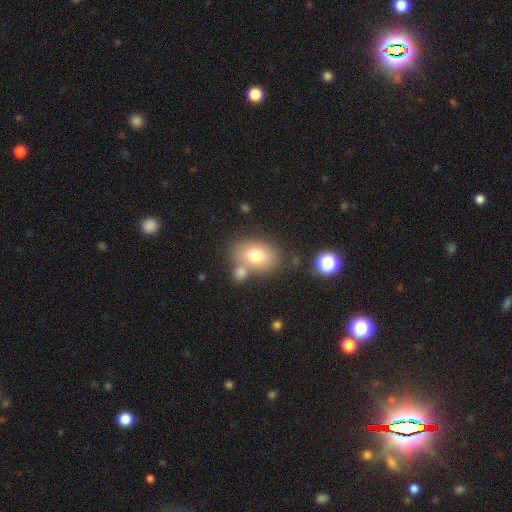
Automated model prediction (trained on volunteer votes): A smooth galaxy with no disk features (75%) that is in between round and cigar-shaped (76%).

Vote fractions:
- Smooth or featured? smooth: 75% / featured or disk: 15% / star or artifact: 10%
- How rounded? in between: 76% / round: 23% / cigar-shaped: 1%
- Merging? none: 60% / merger: 21% / minor disturbance: 14% / major disturbance: 5%